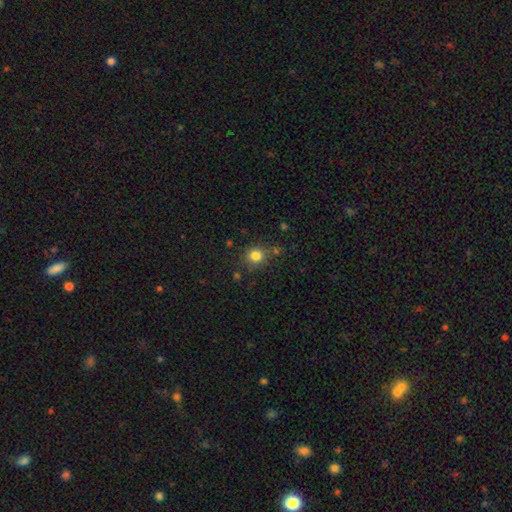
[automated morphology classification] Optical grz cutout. It shows a smooth galaxy with no disk features (81%) that is round (85%). Merging: none (76%).